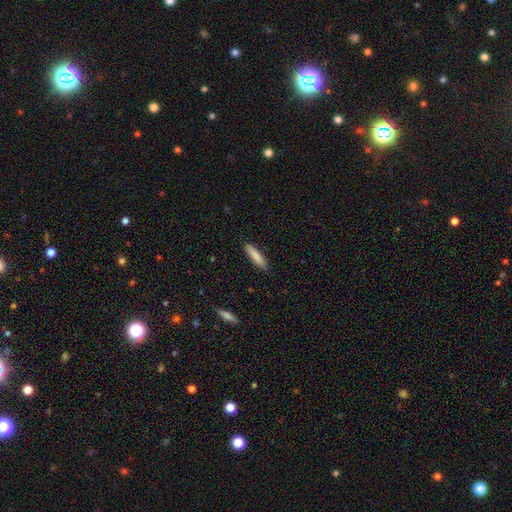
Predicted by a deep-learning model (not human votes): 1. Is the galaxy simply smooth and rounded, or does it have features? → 84% smooth, 10% featured or disk, 6% star or artifact.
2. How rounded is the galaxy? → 79% cigar-shaped, 20% in between, 1% round.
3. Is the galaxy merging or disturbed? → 89% none, 8% minor disturbance, 2% major disturbance, 1% merger.